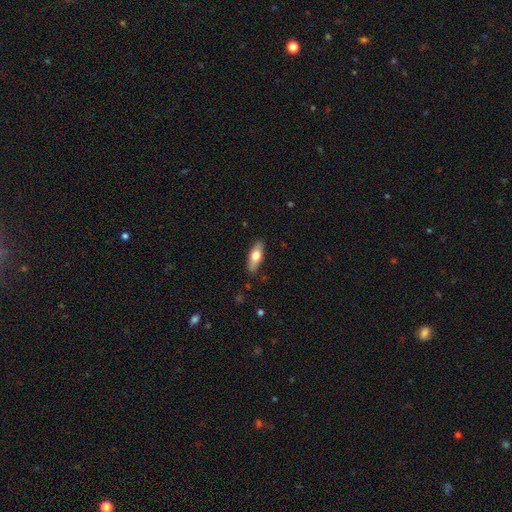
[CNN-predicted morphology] A smooth galaxy with no disk features (65%) that is in between round and cigar-shaped (64%).

Vote fractions:
- Smooth or featured? smooth: 65% / featured or disk: 29% / star or artifact: 6%
- How rounded? in between: 64% / cigar-shaped: 33% / round: 3%
- Merging? none: 87% / minor disturbance: 10% / major disturbance: 2% / merger: 1%